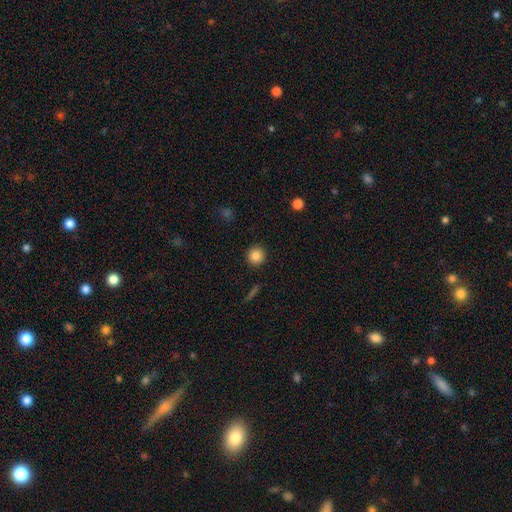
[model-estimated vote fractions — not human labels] Smooth or featured? smooth (84%)
How rounded? round (94%)
Merging? none (92%)